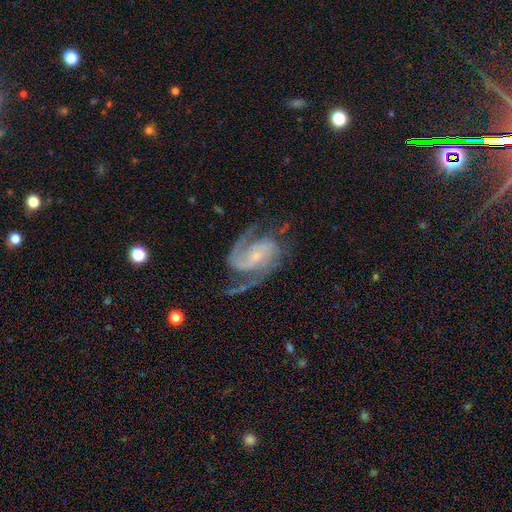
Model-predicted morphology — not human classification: A featured or disk galaxy (90%) with no bar (42%), 2 (82%) medium (55%) spiral arms (98%) and a small central bulge (74%). Merging: none (69%).